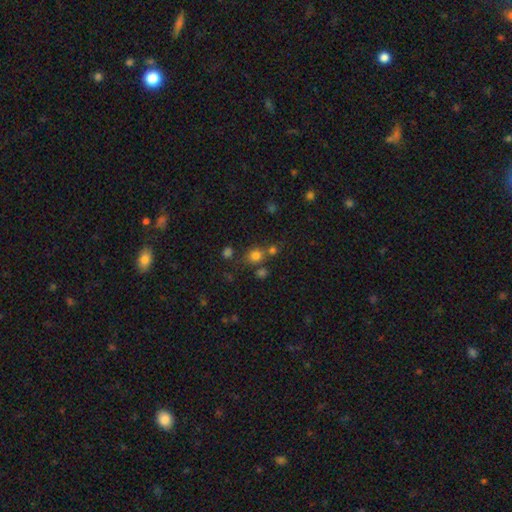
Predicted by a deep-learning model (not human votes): Smooth or featured? Predicted: smooth (p=0.73). How rounded? Predicted: round (p=0.78). Merging? Predicted: none (p=0.64).